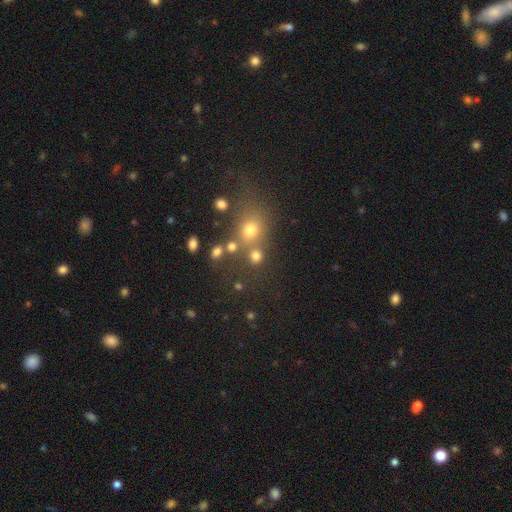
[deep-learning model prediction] Q: Smooth or featured?
A: smooth (74%); runner-up: star or artifact (18%)
Q: How rounded?
A: round (80%); runner-up: in between (19%)
Q: Merging?
A: none (61%); runner-up: merger (23%)